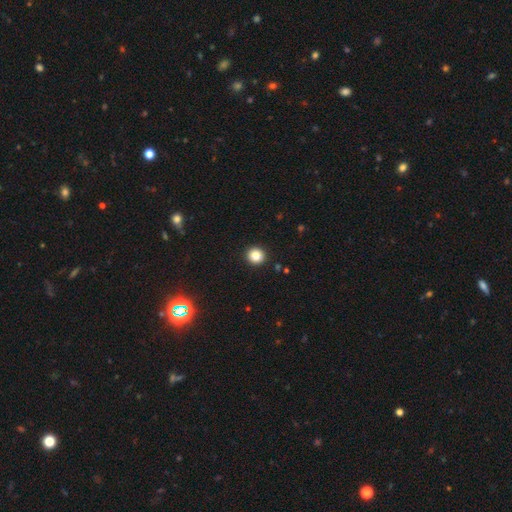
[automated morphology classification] type=smooth (84%); roundness=round (93%); merging=none (93%).